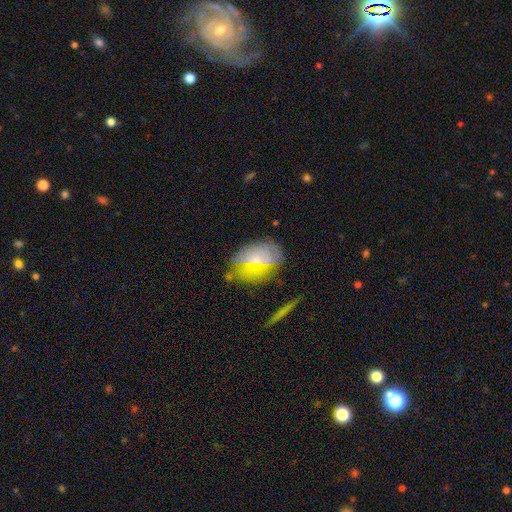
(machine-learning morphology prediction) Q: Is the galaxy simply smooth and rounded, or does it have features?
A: smooth — 57%.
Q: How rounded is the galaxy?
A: in between — 79%.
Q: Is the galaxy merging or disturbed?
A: none — 69%.